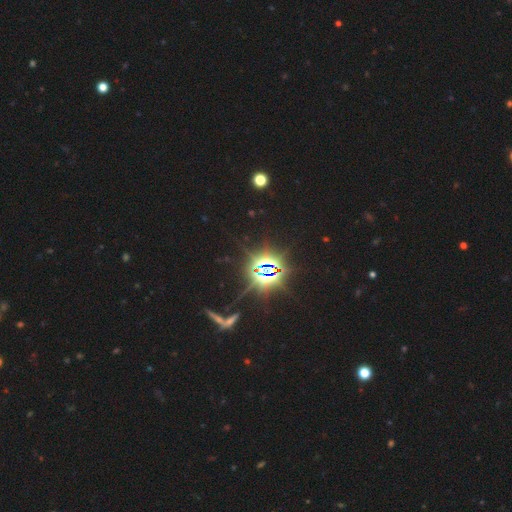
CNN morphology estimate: A star or artifact, not a galaxy (84%).

Vote fractions:
- Smooth or featured? star or artifact: 84% / smooth: 10% / featured or disk: 7%